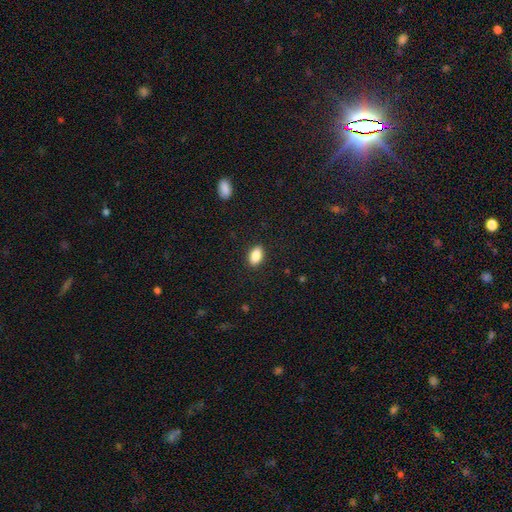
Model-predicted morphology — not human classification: Smooth or featured: smooth — 87% (star or artifact — 8%)
How rounded: in between — 90% (round — 8%)
Merging: none — 89% (minor disturbance — 8%)